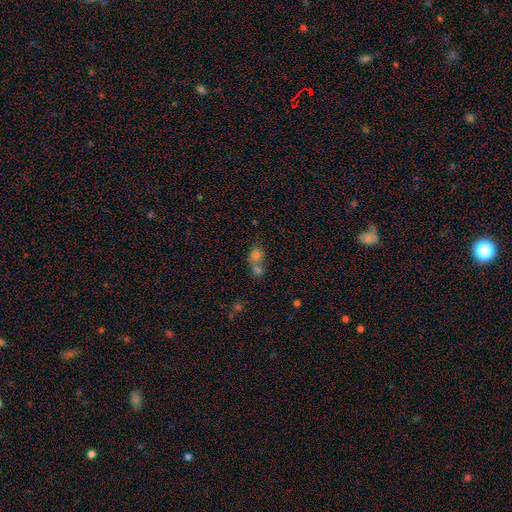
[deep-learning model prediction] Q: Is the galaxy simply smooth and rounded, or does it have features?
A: smooth — 70%.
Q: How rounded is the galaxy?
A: round — 66%.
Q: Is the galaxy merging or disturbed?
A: merger — 66%.